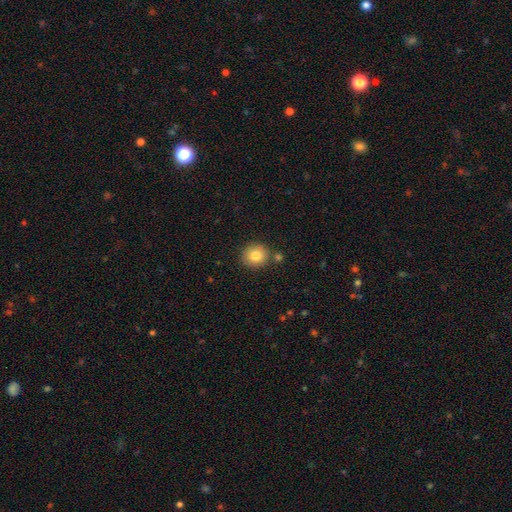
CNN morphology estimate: A smooth galaxy with no disk features (83%) that is round (86%). Merging: none (82%).